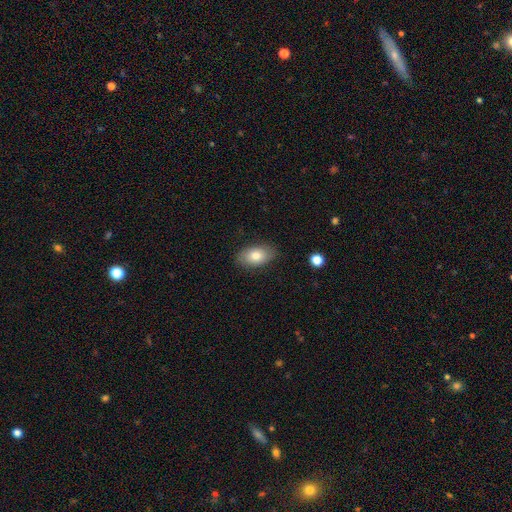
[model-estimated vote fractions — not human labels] smooth-or-featured: smooth: 77% | featured or disk: 16% | star or artifact: 7%
  how-rounded: in between: 90% | round: 8% | cigar-shaped: 2%
  merging: none: 83% | minor disturbance: 13% | major disturbance: 3% | merger: 1%